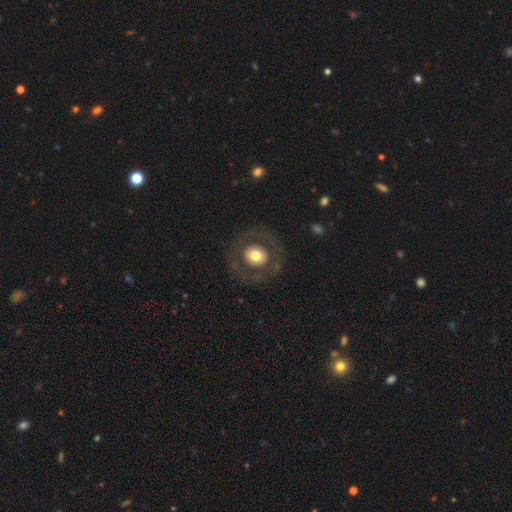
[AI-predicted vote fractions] The model was most divided on "smooth or featured": smooth: 55%, featured or disk: 38%, star or artifact: 7%. More confident: how rounded — round (88%); merging — none (83%).